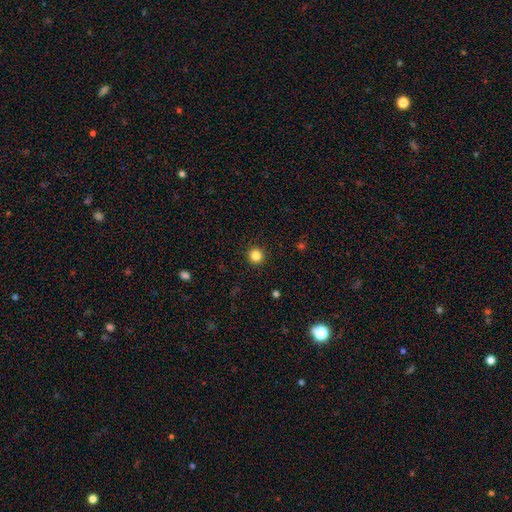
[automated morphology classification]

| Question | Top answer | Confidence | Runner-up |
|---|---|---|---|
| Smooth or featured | smooth | 84% | star or artifact (12%) |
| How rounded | round | 95% | in between (4%) |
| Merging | none | 92% | minor disturbance (5%) |